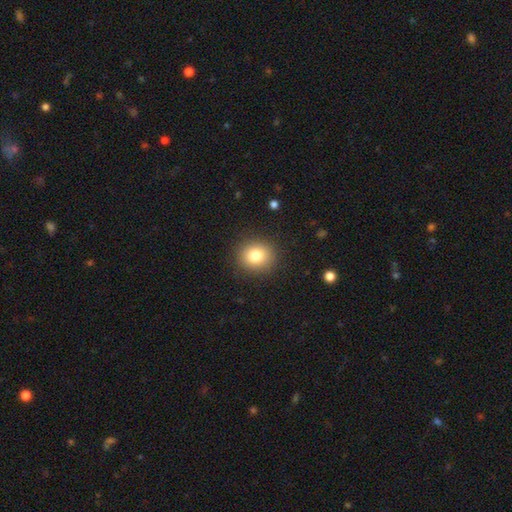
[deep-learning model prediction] This appears to be a smooth galaxy with no disk features (81%) that is round (83%). Merging: none (89%).